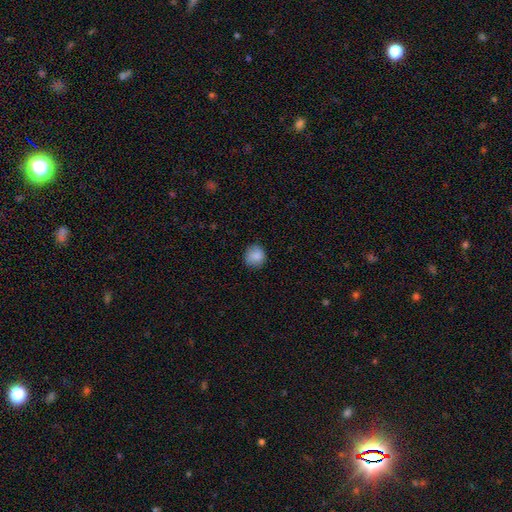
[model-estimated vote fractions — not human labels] Morphology: type=smooth (87%); roundness=round (89%); merging=none (84%).